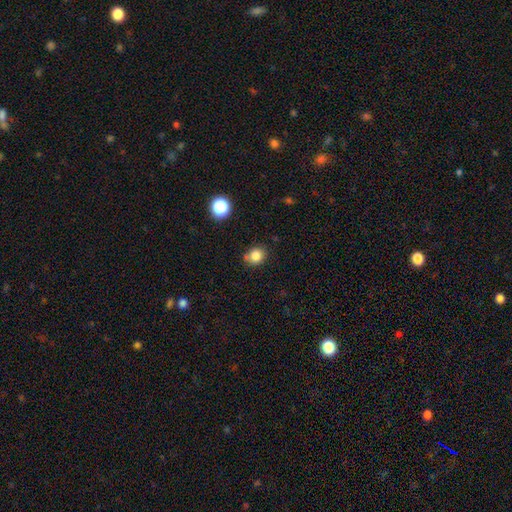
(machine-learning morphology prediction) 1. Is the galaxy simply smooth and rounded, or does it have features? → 82% smooth, 12% star or artifact, 6% featured or disk.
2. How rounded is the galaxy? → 73% round, 26% in between, 1% cigar-shaped.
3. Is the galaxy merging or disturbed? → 74% none, 17% minor disturbance, 5% merger, 3% major disturbance.